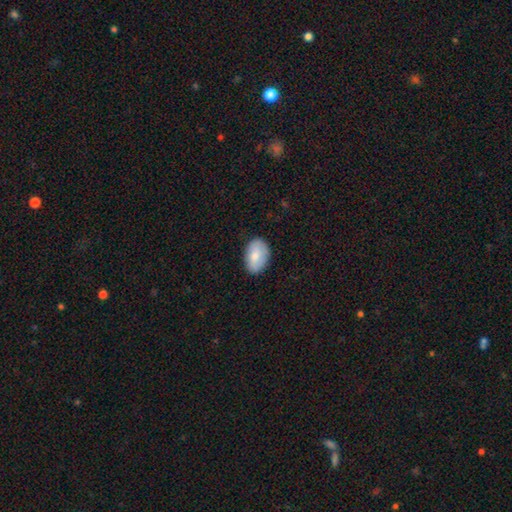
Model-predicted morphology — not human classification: Overall: smooth (79%). How rounded: in between (89%). Merging: none (84%).